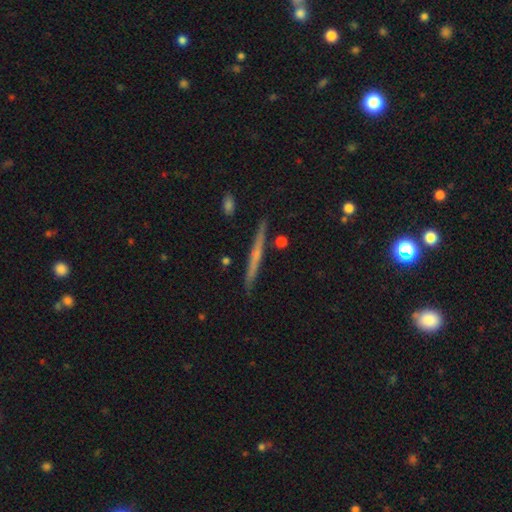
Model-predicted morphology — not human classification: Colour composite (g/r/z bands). It shows a featured or disk galaxy (57%) viewed edge-on (97%) with no central bulge (70%). Merging: none (89%).